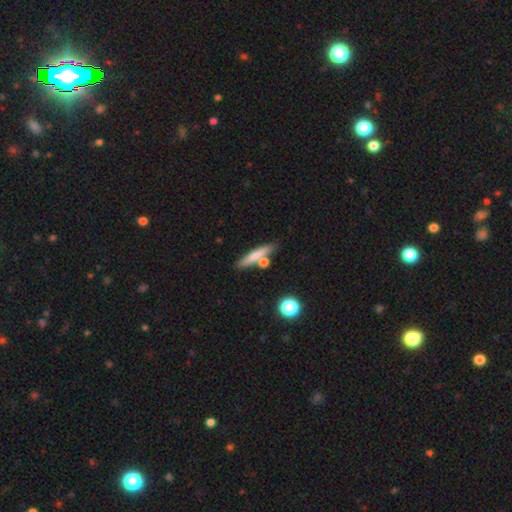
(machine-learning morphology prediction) A smooth galaxy with no disk features (66%) that is cigar-shaped (84%). Merging: none (70%).